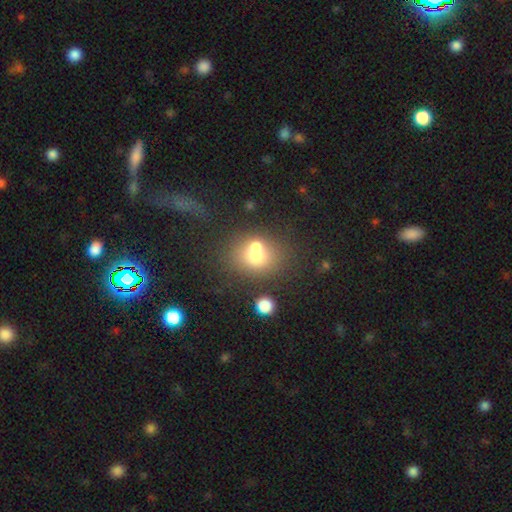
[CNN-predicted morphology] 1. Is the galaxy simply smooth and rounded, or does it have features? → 65% smooth, 22% featured or disk, 13% star or artifact.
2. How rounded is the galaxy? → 60% round, 39% in between, 1% cigar-shaped.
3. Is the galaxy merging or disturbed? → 44% merger, 40% none, 10% minor disturbance, 6% major disturbance.